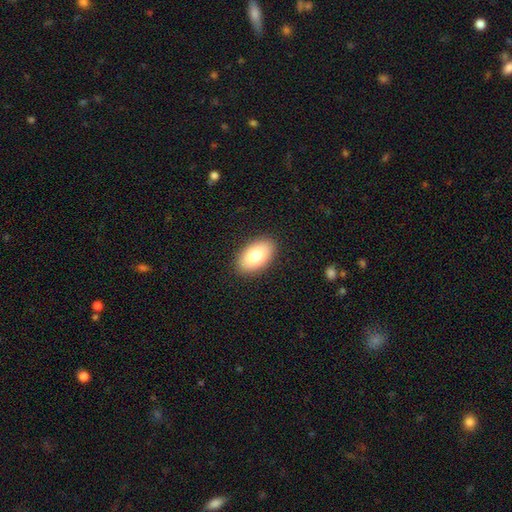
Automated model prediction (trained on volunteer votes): This is likely a smooth galaxy (80%). How rounded: clearly in between (94%). Merging: clearly none (89%).